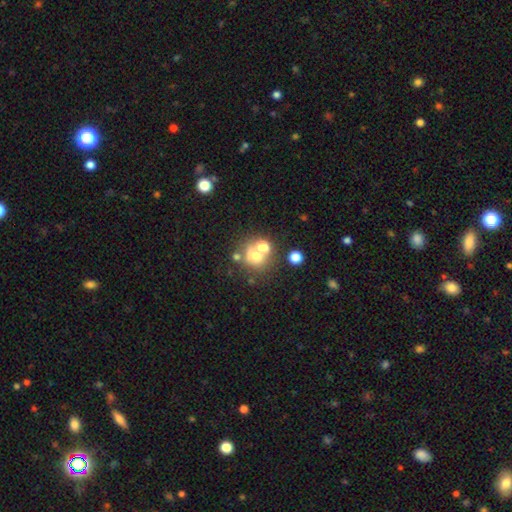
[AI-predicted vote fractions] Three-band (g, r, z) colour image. It shows a smooth galaxy with no disk features (57%) that is round (79%). Merging: none (46%).